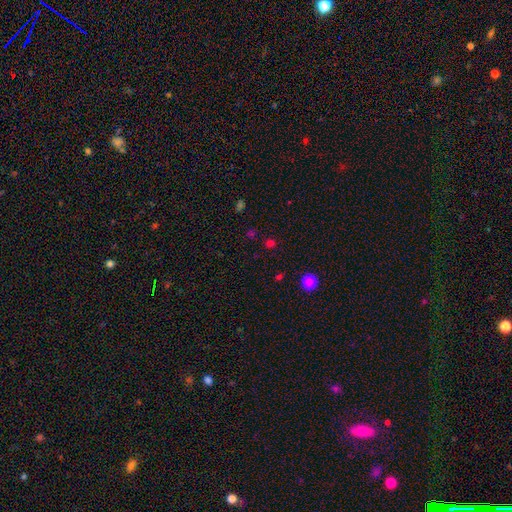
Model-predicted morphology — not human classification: Smooth or featured: smooth — 49% (star or artifact — 45%)
Merging: none — 83% (minor disturbance — 9%)